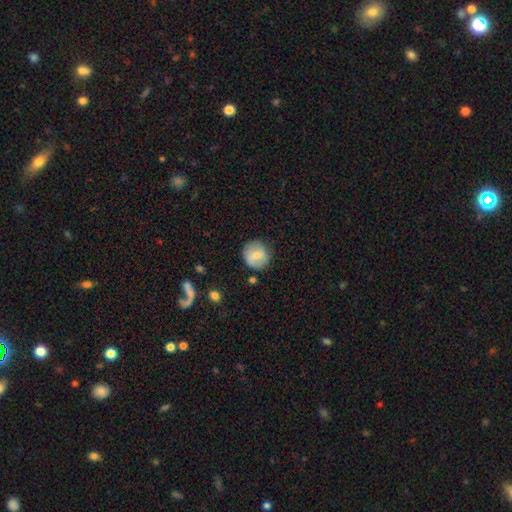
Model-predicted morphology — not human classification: This is likely a smooth galaxy (67%). How rounded: clearly round (90%). Merging: clearly none (81%).